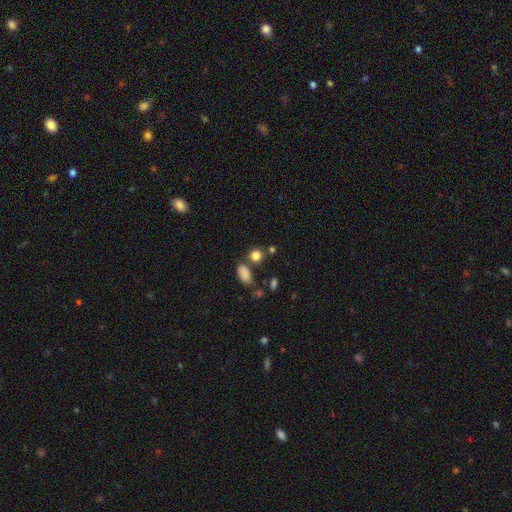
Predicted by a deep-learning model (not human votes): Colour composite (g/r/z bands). It shows a smooth galaxy with no disk features (83%) that is round (67%). Merging: none (68%).